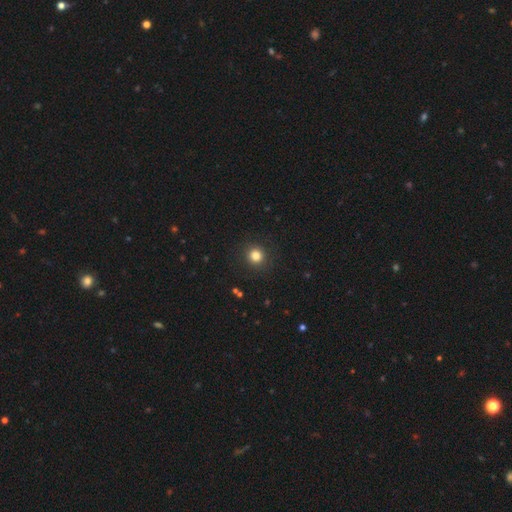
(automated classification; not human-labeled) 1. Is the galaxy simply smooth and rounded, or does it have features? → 82% smooth, 13% star or artifact, 5% featured or disk.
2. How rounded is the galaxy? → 93% round, 6% in between, 1% cigar-shaped.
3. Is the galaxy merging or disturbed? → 91% none, 5% minor disturbance, 2% major disturbance, 1% merger.